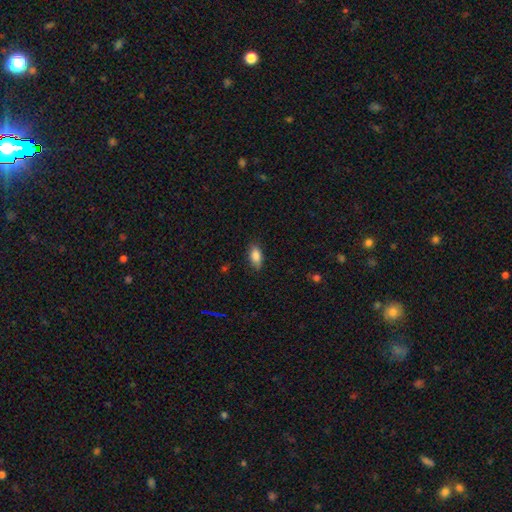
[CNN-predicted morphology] Smooth or featured?
  - smooth: 85% *
  - star or artifact: 8%
  - featured or disk: 8%
How rounded?
  - in between: 88% *
  - cigar-shaped: 7%
  - round: 4%
Merging?
  - none: 83% *
  - minor disturbance: 13%
  - major disturbance: 3%
  - merger: 1%